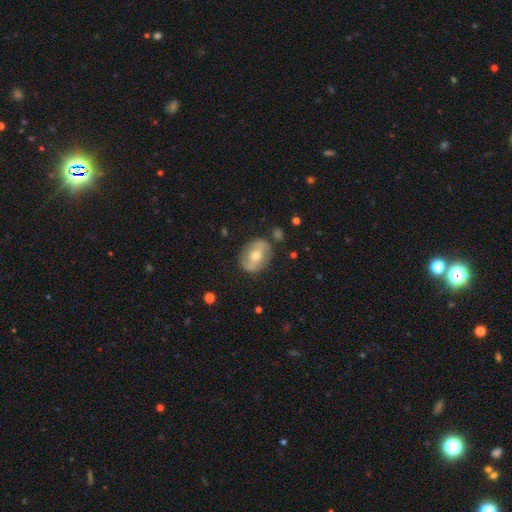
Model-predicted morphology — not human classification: The model was most divided on "bar" (2-way tie): no: 34%, strong: 34%, weak: 32%. More confident: edge-on disk — no (93%); merging — none (78%); bulge size — moderate (65%); smooth or featured — featured or disk (59%); spiral arms — no (52%).